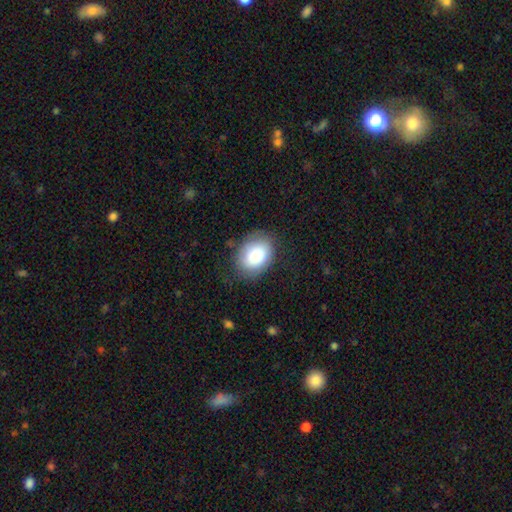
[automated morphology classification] A smooth galaxy with no disk features (82%) that is in between round and cigar-shaped (72%).

Vote fractions:
- Smooth or featured? smooth: 82% / featured or disk: 11% / star or artifact: 7%
- How rounded? in between: 72% / round: 27% / cigar-shaped: 1%
- Merging? none: 76% / minor disturbance: 17% / major disturbance: 6% / merger: 1%